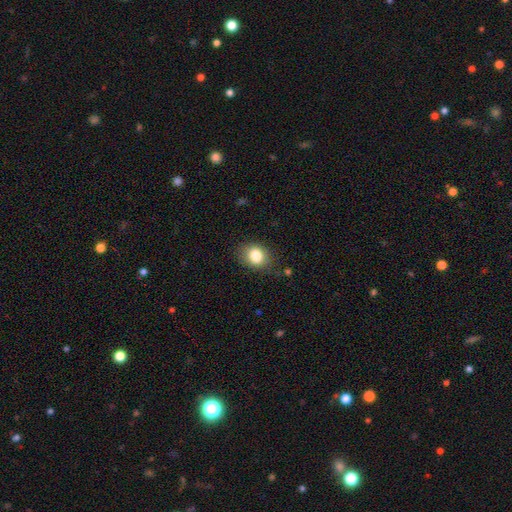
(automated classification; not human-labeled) Morphology: type=smooth (82%); roundness=in between (52%); merging=none (80%).